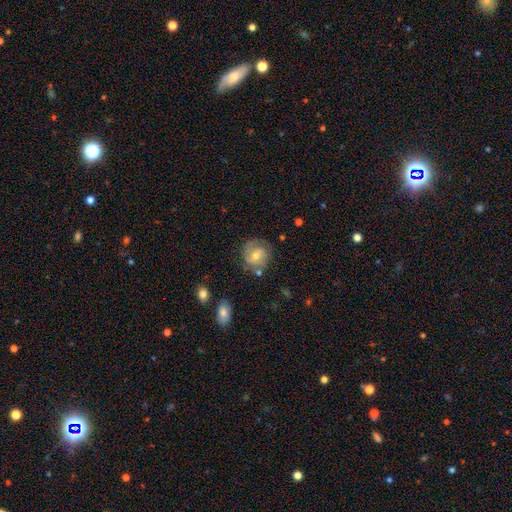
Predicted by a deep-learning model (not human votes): Smooth or featured: featured or disk — 59% (smooth — 32%)
Edge-on disk: no — 97% (yes — 3%)
Bar: no — 52% (weak — 40%)
Spiral arms: yes — 85% (no — 15%)
Bulge size: moderate — 56% (small — 39%)
Merging: none — 72% (minor disturbance — 18%)